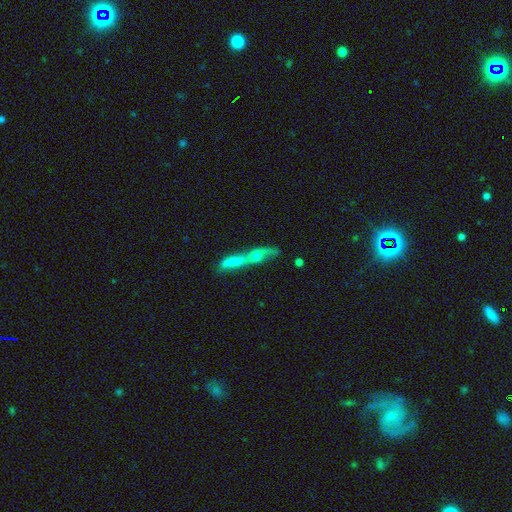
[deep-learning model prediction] A featured or disk galaxy (53%) viewed edge-on (53%).

Vote fractions:
- Smooth or featured? featured or disk: 53% / smooth: 31% / star or artifact: 17%
- Edge-on disk? yes: 53% / no: 47%
- Merging? merger: 48% / none: 29% / major disturbance: 11% / minor disturbance: 11%